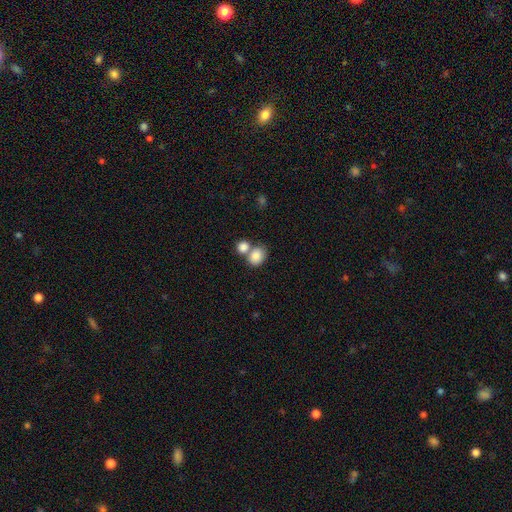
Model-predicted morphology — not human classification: A smooth galaxy with no disk features (83%) that is in between round and cigar-shaped (51%).

Vote fractions:
- Smooth or featured? smooth: 83% / featured or disk: 9% / star or artifact: 8%
- How rounded? in between: 51% / round: 48% / cigar-shaped: 1%
- Merging? merger: 50% / none: 37% / minor disturbance: 9% / major disturbance: 4%